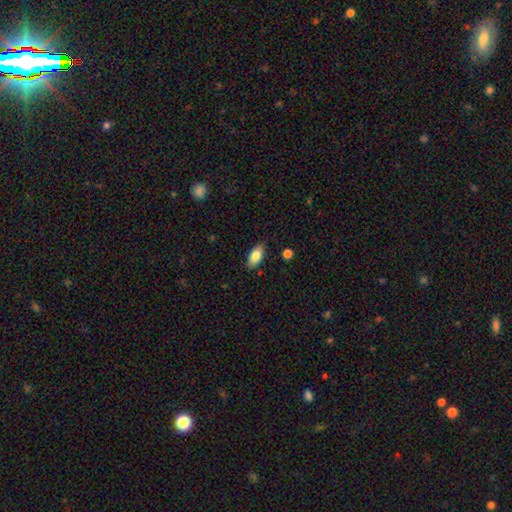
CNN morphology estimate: Smooth or featured?
  - smooth: 82% *
  - featured or disk: 11%
  - star or artifact: 7%
How rounded?
  - in between: 89% *
  - cigar-shaped: 8%
  - round: 3%
Merging?
  - none: 86% *
  - minor disturbance: 10%
  - major disturbance: 2%
  - merger: 1%